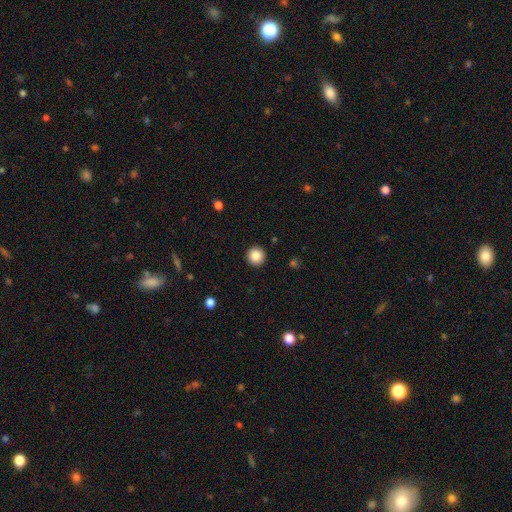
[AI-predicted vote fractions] Smooth or featured: smooth — 86% (star or artifact — 9%)
How rounded: round — 96% (in between — 3%)
Merging: none — 93% (minor disturbance — 4%)